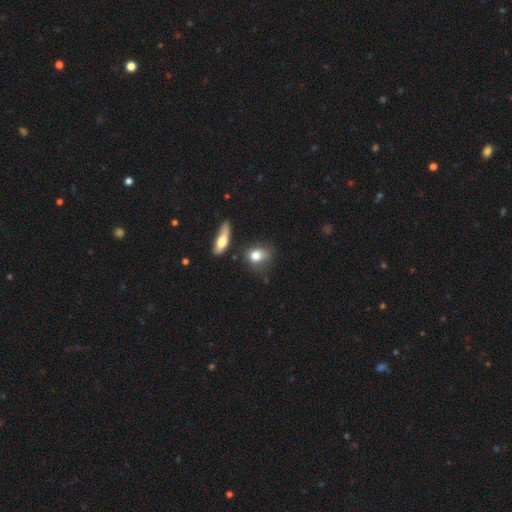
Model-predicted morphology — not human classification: A smooth galaxy with no disk features (78%) that is round (53%).

Vote fractions:
- Smooth or featured? smooth: 78% / featured or disk: 12% / star or artifact: 9%
- How rounded? round: 53% / in between: 43% / cigar-shaped: 4%
- Merging? none: 55% / minor disturbance: 24% / merger: 11% / major disturbance: 10%